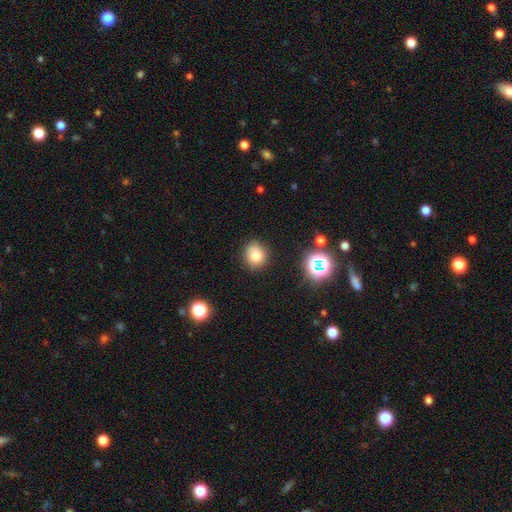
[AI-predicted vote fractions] This appears to be a smooth galaxy with no disk features (77%) that is round (78%). Merging: none (86%).